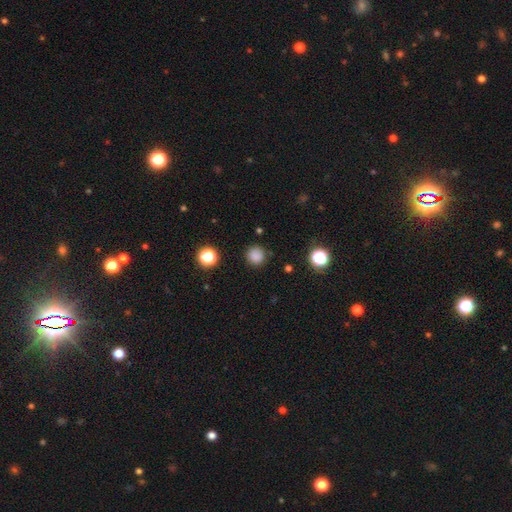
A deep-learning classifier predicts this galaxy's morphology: Smooth or featured?
  - smooth: 83% *
  - star or artifact: 14%
  - featured or disk: 3%
How rounded?
  - round: 93% *
  - in between: 6%
  - cigar-shaped: 1%
Merging?
  - none: 87% *
  - minor disturbance: 9%
  - major disturbance: 3%
  - merger: 2%